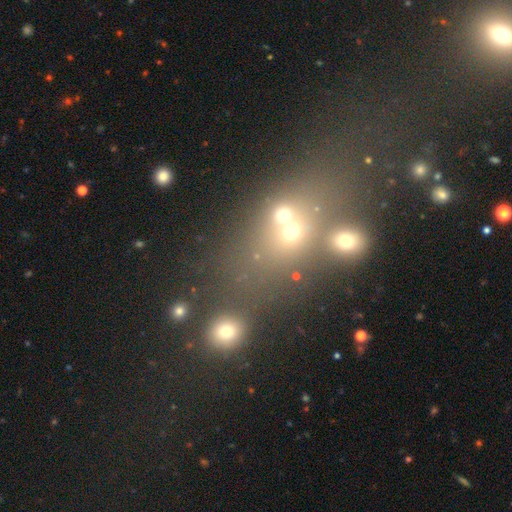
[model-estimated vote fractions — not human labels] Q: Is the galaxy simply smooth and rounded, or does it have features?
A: smooth — 47%.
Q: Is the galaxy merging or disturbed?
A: none — 43%.